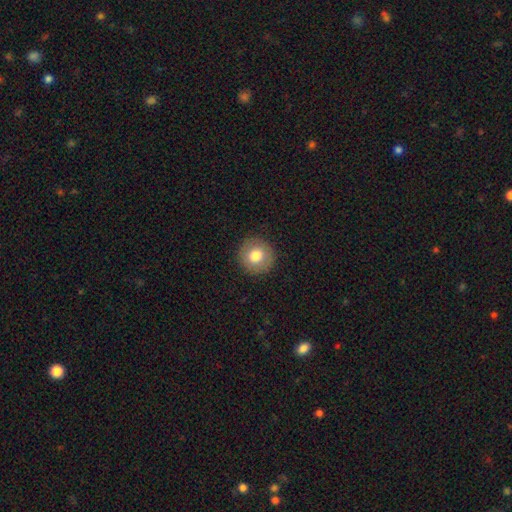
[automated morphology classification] Smooth or featured? smooth (77%)
How rounded? round (94%)
Merging? none (90%)